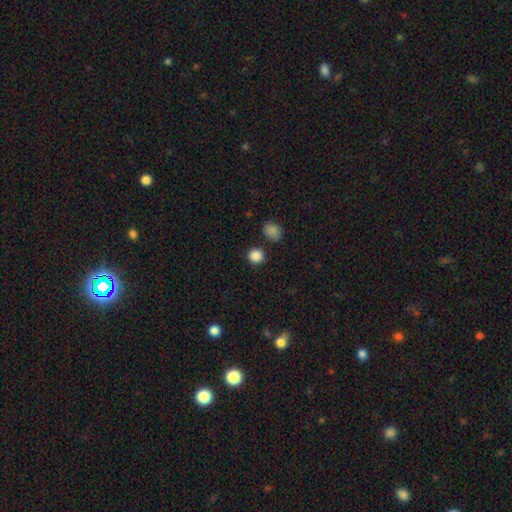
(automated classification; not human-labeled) This appears to be a smooth galaxy with no disk features (86%) that is round (90%). Merging: none (83%).